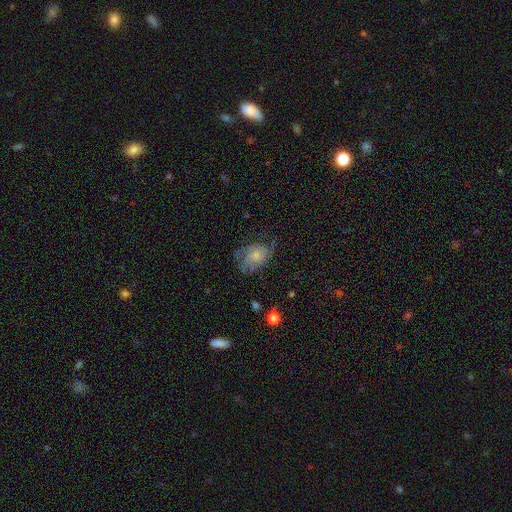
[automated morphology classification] Smooth or featured?
  - featured or disk: 49% *
  - smooth: 42%
  - star or artifact: 9%
Merging?
  - none: 49% *
  - minor disturbance: 29%
  - major disturbance: 21%
  - merger: 2%